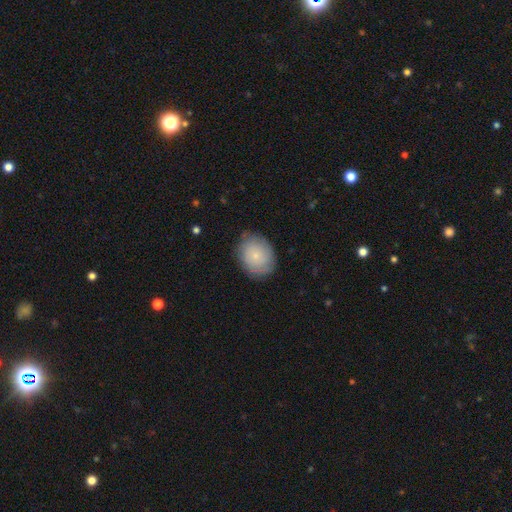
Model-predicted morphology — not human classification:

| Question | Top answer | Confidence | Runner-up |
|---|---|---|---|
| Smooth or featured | smooth | 72% | featured or disk (21%) |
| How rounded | round | 50% | in between (49%) |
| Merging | none | 78% | minor disturbance (17%) |